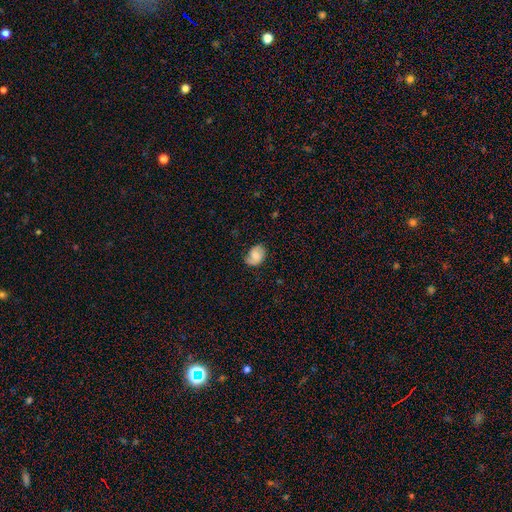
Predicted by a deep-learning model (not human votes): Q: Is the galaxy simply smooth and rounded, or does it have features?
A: smooth — 55%.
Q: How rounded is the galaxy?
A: in between — 64%.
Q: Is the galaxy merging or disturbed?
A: none — 60%.